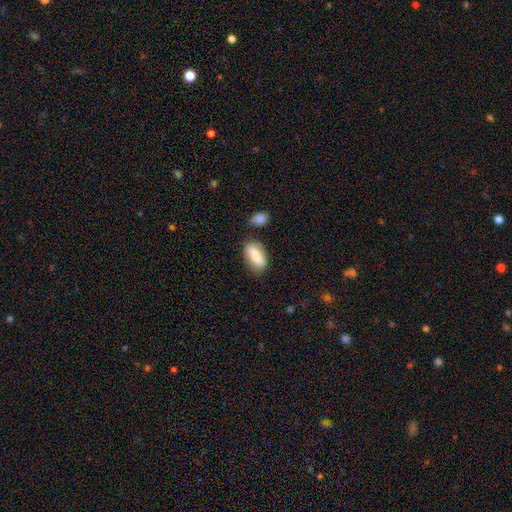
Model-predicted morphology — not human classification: A smooth galaxy with no disk features (76%) that is in between round and cigar-shaped (86%). Merging: none (70%).